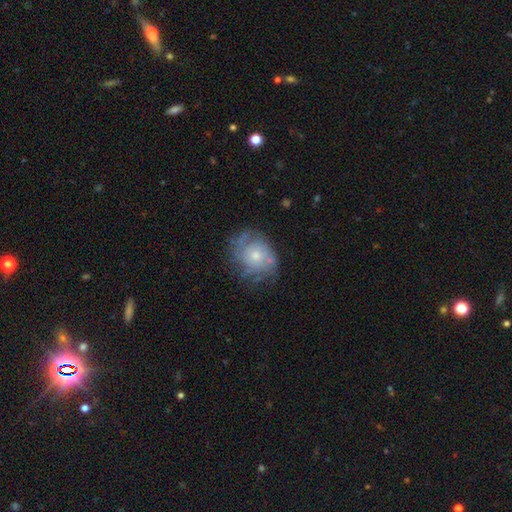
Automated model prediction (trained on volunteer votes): Smooth or featured? featured or disk (52%)
Edge-on disk? no (97%)
Bar? no (87%)
Spiral arms? yes (62%)
Bulge size? small (47%)
Merging? none (60%)